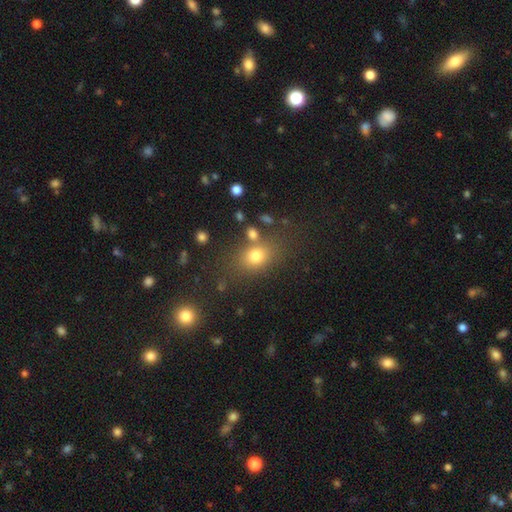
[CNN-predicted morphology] This is likely a smooth galaxy (75%). How rounded: possibly in between (58%). Merging: likely none (69%).